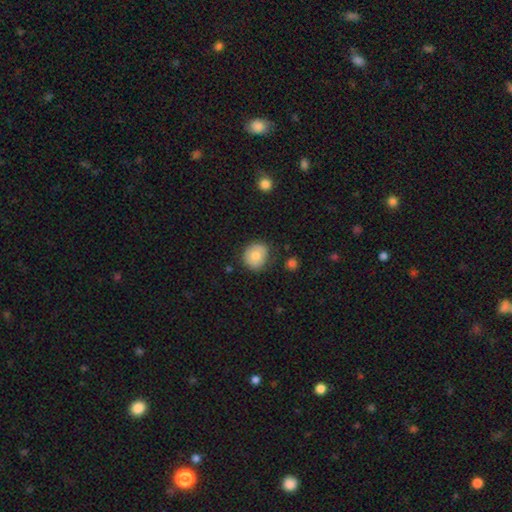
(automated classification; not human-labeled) Smooth or featured? smooth (74%)
How rounded? round (80%)
Merging? none (78%)